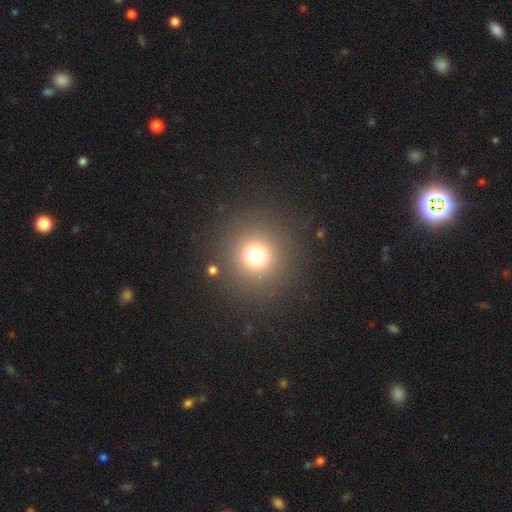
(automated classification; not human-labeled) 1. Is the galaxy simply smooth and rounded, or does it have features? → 72% smooth, 20% star or artifact, 8% featured or disk.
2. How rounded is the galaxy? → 95% round, 4% in between, 1% cigar-shaped.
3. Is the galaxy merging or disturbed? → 88% none, 6% minor disturbance, 4% major disturbance, 2% merger.